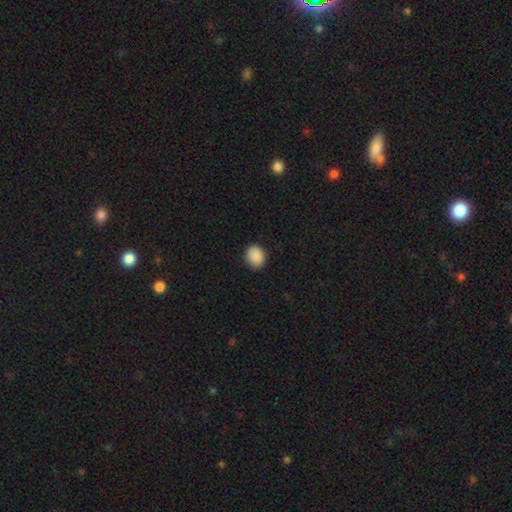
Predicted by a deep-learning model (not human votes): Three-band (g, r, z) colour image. It shows a smooth galaxy with no disk features (89%) that is round (57%). Merging: none (86%).